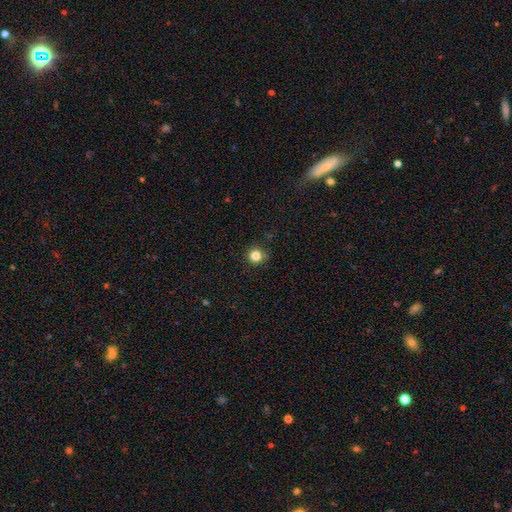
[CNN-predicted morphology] The model was most divided on "smooth or featured": smooth: 81%, star or artifact: 14%, featured or disk: 5%. More confident: how rounded — round (95%); merging — none (87%).